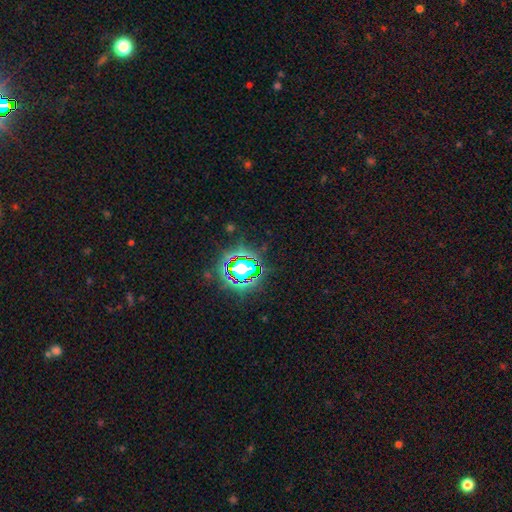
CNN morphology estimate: Q: Smooth or featured?
A: star or artifact (80%); runner-up: smooth (12%)